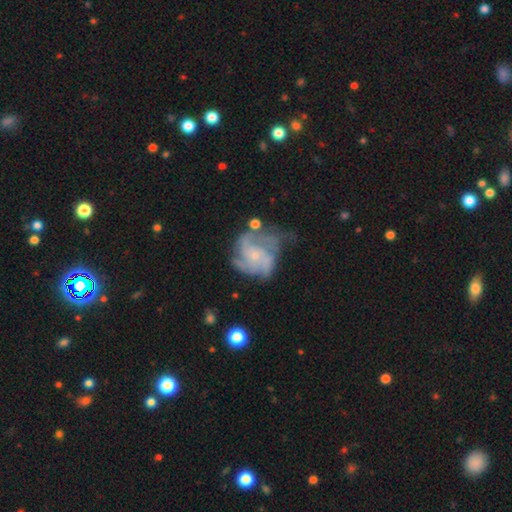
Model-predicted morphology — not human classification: smooth_or_featured: featured or disk (p=0.84) [alt: smooth p=0.10]
disk_edge_on: no (p=0.98) [alt: yes p=0.02]
bar: no (p=0.75) [alt: weak p=0.21]
has_spiral_arms: yes (p=0.93) [alt: no p=0.07]
spiral_winding: medium (p=0.46) [alt: tight p=0.39]
spiral_arm_count: 3 (p=0.40) [alt: 4 p=0.20]
bulge_size: small (p=0.79) [alt: moderate p=0.15]
merging: none (p=0.44) [alt: minor disturbance p=0.26]